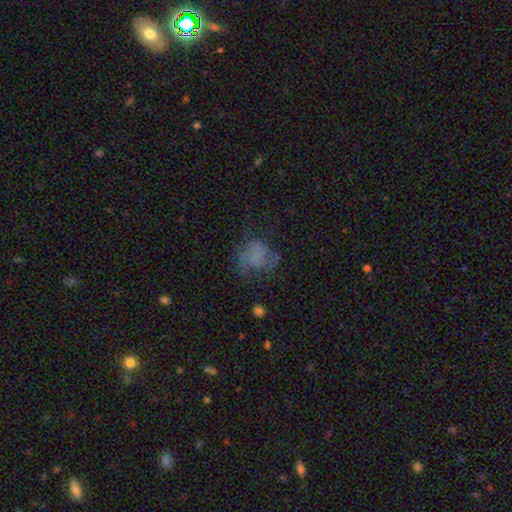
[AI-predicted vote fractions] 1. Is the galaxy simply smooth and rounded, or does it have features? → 52% smooth, 33% featured or disk, 16% star or artifact.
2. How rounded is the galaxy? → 56% round, 42% in between, 1% cigar-shaped.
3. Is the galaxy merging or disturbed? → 46% none, 28% major disturbance, 23% minor disturbance, 2% merger.